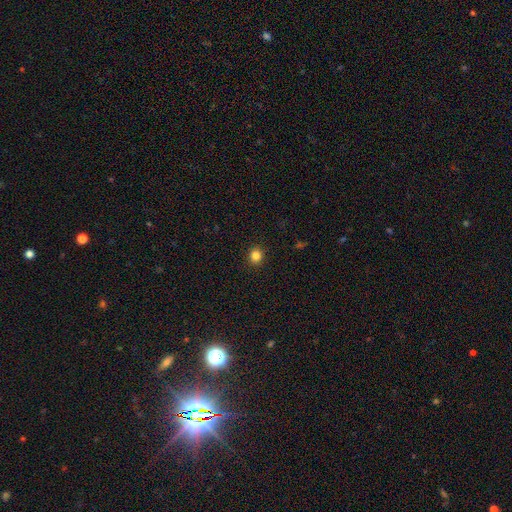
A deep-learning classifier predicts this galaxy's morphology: Q: Smooth or featured?
A: smooth (83%); runner-up: star or artifact (12%)
Q: How rounded?
A: round (87%); runner-up: in between (12%)
Q: Merging?
A: none (93%); runner-up: minor disturbance (5%)